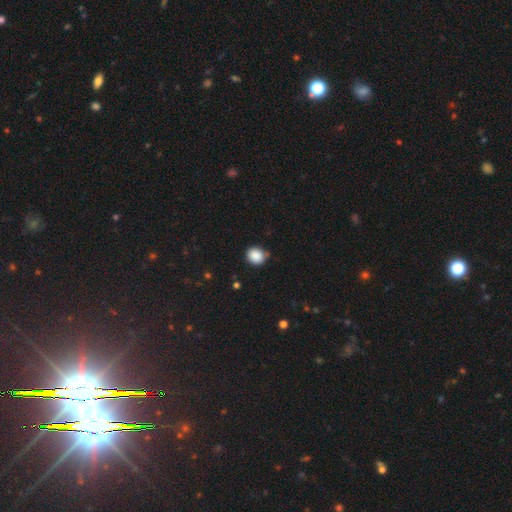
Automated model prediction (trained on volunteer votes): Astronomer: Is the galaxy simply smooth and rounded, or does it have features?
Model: smooth — 88%.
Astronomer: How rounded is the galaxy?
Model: round — 77%.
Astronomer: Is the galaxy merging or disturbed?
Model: none — 83%.